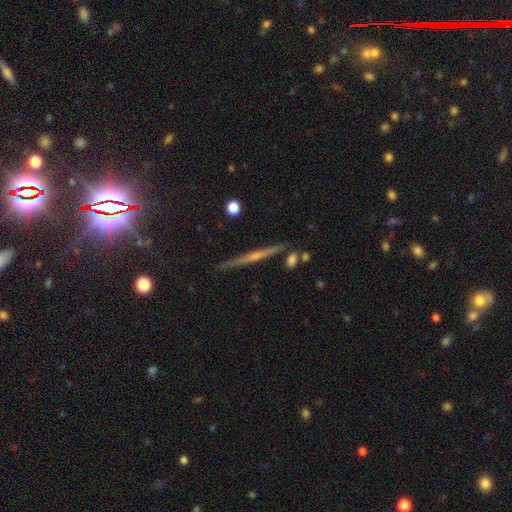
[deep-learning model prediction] This is likely a featured or disk galaxy (71%). It is clearly viewed edge-on (98%). Edge-on bulge: likely rounded (61%). Merging: clearly none (88%).